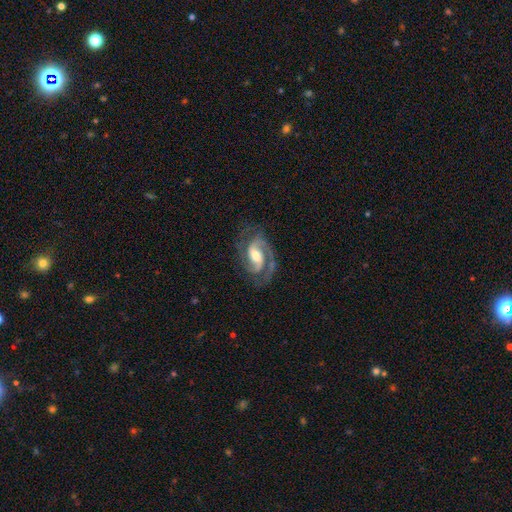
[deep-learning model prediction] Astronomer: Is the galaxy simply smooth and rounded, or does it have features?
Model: featured or disk — 90%.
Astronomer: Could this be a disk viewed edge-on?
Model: no — 97%.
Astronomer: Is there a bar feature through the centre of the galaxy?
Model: weak — 44% (runner-up: no, 30%).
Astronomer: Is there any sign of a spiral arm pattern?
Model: yes — 98%.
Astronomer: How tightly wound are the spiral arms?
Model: medium — 54% (runner-up: tight, 33%).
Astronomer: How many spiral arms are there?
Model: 2 — 82%.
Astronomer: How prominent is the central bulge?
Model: moderate — 56%.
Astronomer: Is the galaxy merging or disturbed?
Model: none — 71%.